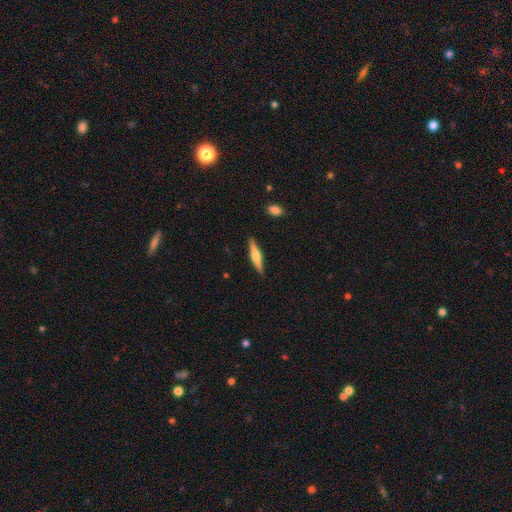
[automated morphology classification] This is possibly a featured or disk galaxy (58%). It is clearly viewed edge-on (97%). Edge-on bulge: clearly rounded (86%). Merging: clearly none (90%).